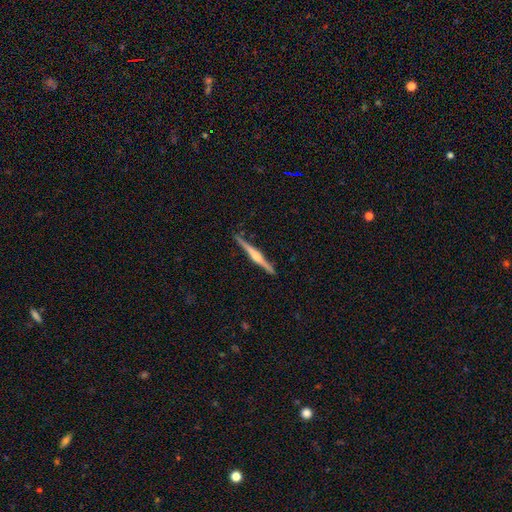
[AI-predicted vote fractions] A featured or disk galaxy (78%) viewed edge-on (98%) with a rounded central bulge (78%). Merging: none (90%).